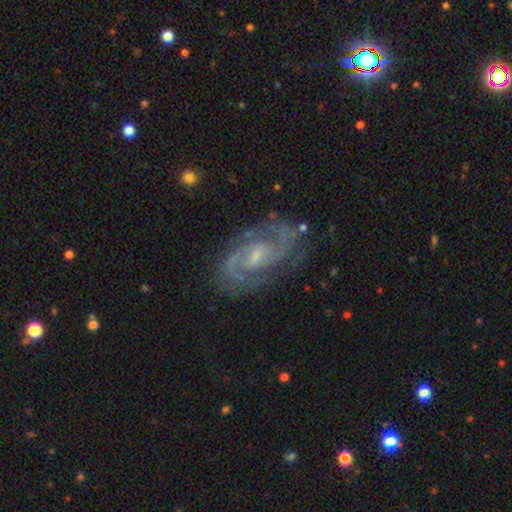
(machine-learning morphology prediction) Q: Smooth or featured?
A: featured or disk (90%); runner-up: star or artifact (5%)
Q: Edge-on disk?
A: no (97%); runner-up: yes (3%)
Q: Bar?
A: weak (56%); runner-up: no (30%)
Q: Spiral arms?
A: yes (98%); runner-up: no (2%)
Q: Spiral winding?
A: medium (52%); runner-up: tight (39%)
Q: Spiral arm count?
A: 2 (86%); runner-up: can't tell (5%)
Q: Bulge size?
A: small (62%); runner-up: moderate (27%)
Q: Merging?
A: none (77%); runner-up: minor disturbance (15%)